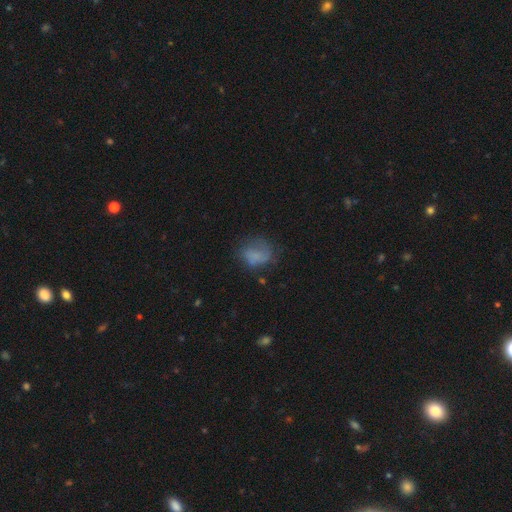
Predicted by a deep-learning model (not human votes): Q: Smooth or featured?
A: smooth (64%); runner-up: featured or disk (23%)
Q: How rounded?
A: in between (53%); runner-up: round (46%)
Q: Merging?
A: none (45%); runner-up: minor disturbance (28%)